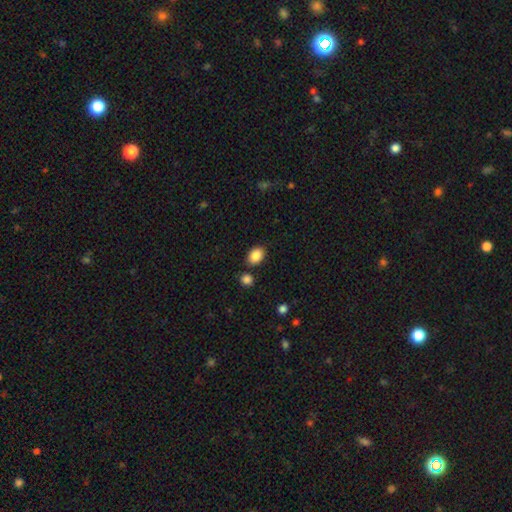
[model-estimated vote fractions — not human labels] Smooth or featured: smooth — 87% (star or artifact — 8%)
How rounded: in between — 75% (round — 24%)
Merging: none — 80% (minor disturbance — 11%)